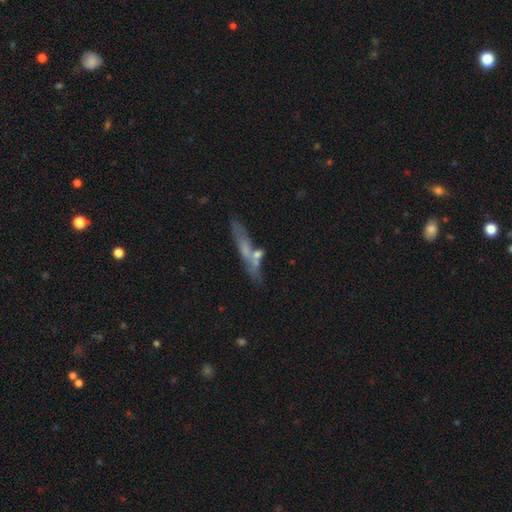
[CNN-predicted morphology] A smooth galaxy with no disk features (49%). Merging: none (54%).